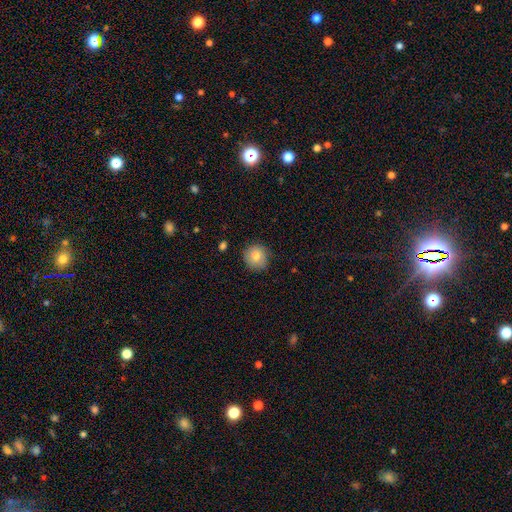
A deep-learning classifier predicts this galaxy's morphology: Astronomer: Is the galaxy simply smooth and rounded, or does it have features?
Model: smooth — 79%.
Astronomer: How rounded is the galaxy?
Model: round — 92%.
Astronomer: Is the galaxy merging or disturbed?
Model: none — 82%.